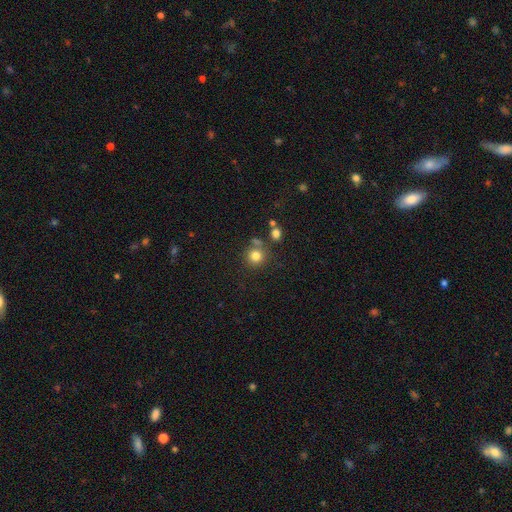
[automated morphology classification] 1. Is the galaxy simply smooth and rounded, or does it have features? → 80% smooth, 13% star or artifact, 7% featured or disk.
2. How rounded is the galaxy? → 91% round, 8% in between, 1% cigar-shaped.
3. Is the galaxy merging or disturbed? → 71% none, 14% merger, 10% minor disturbance, 4% major disturbance.